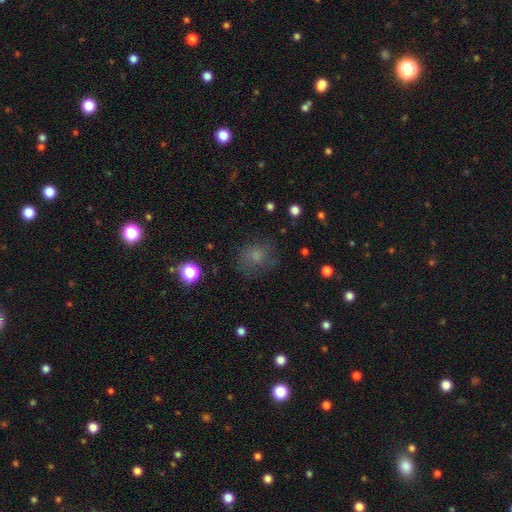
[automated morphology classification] smooth-or-featured: smooth: 68% | star or artifact: 18% | featured or disk: 14%
  how-rounded: round: 70% | in between: 29% | cigar-shaped: 1%
  merging: none: 68% | minor disturbance: 19% | major disturbance: 11% | merger: 2%